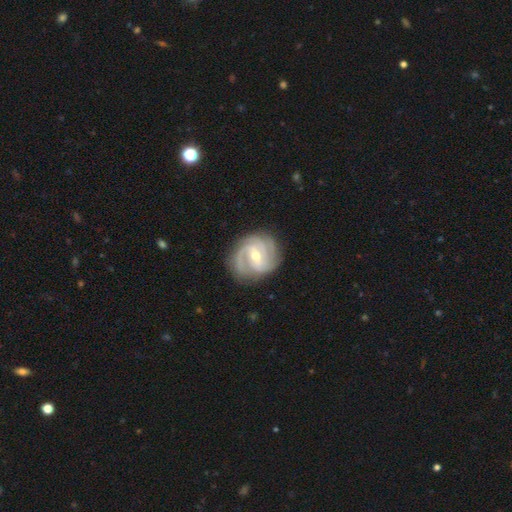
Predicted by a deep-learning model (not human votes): This appears to be a featured or disk galaxy (90%) with a weak bar (53%), 3 (46%) tight (51%) spiral arms (98%) and a moderate central bulge (49%). Merging: none (78%).